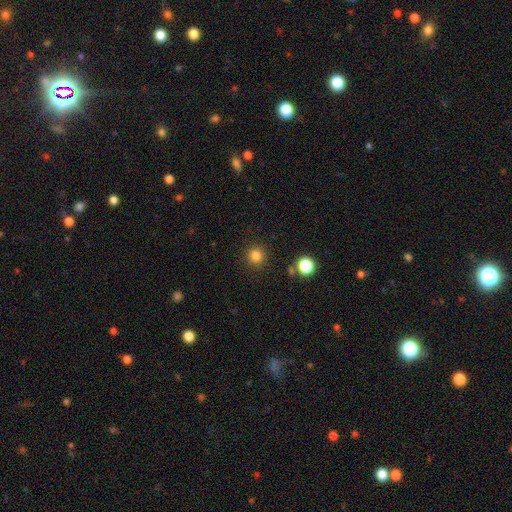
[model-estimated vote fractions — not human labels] This is clearly a smooth galaxy (82%). How rounded: clearly round (94%). Merging: clearly none (91%).